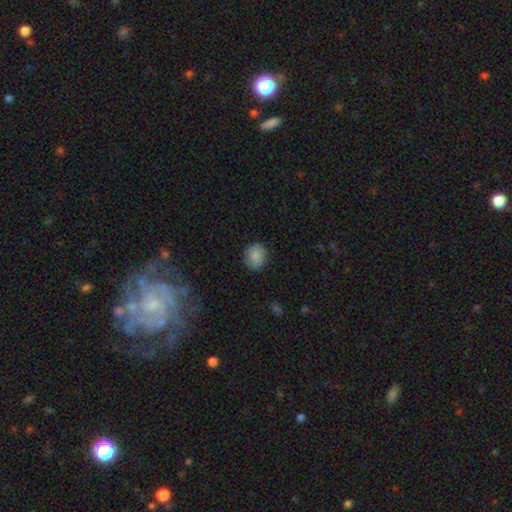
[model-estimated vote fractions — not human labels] A smooth galaxy with no disk features (87%) that is round (72%). Merging: none (85%).